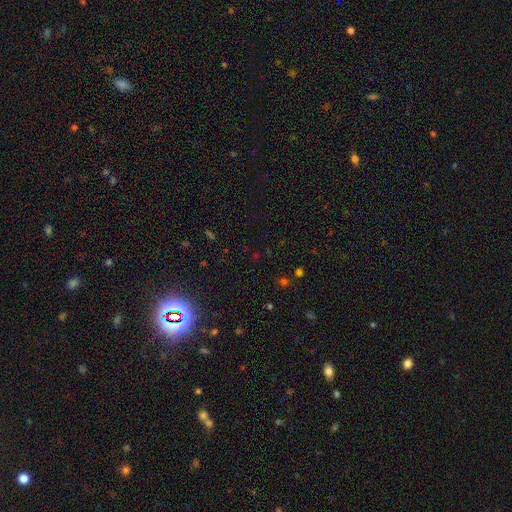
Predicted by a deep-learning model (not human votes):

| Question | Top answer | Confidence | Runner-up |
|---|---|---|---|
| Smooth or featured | star or artifact | 61% | smooth (31%) |